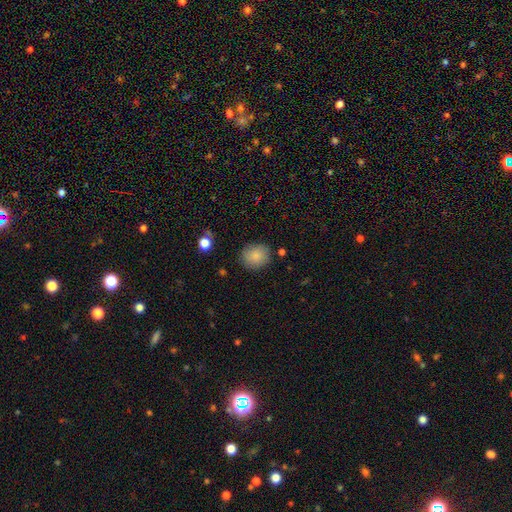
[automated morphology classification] Q: Smooth or featured?
A: smooth (86%); runner-up: star or artifact (8%)
Q: How rounded?
A: round (71%); runner-up: in between (28%)
Q: Merging?
A: none (83%); runner-up: minor disturbance (12%)